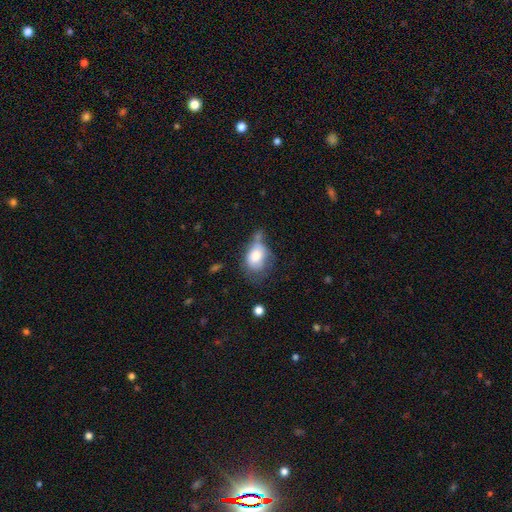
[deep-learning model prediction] Morphology: type=smooth (71%); roundness=in between (77%); merging=minor disturbance (31%).